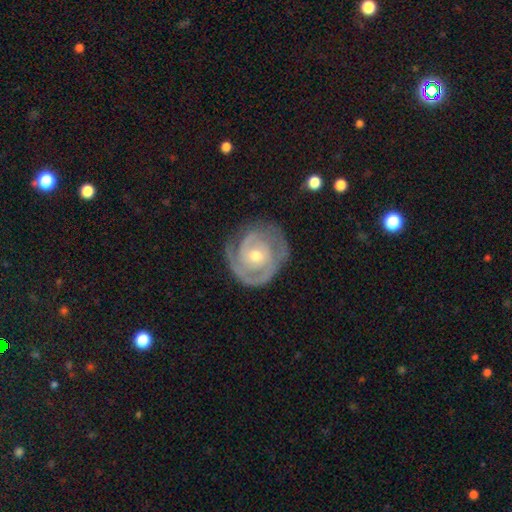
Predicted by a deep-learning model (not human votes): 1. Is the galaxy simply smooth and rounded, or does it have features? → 86% featured or disk, 9% smooth, 4% star or artifact.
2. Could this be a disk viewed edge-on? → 98% no, 2% yes.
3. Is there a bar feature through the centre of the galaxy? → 74% no, 21% weak, 5% strong.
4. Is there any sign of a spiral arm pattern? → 94% yes, 6% no.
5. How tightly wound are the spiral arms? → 74% tight, 21% medium, 5% loose.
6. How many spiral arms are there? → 42% 2, 20% can't tell, 18% 3, 12% 1, 4% 4, 4% more than 4.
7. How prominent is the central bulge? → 55% moderate, 42% small, 2% large, 1% none, 1% dominant.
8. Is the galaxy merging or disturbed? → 73% none, 18% minor disturbance, 7% major disturbance, 1% merger.